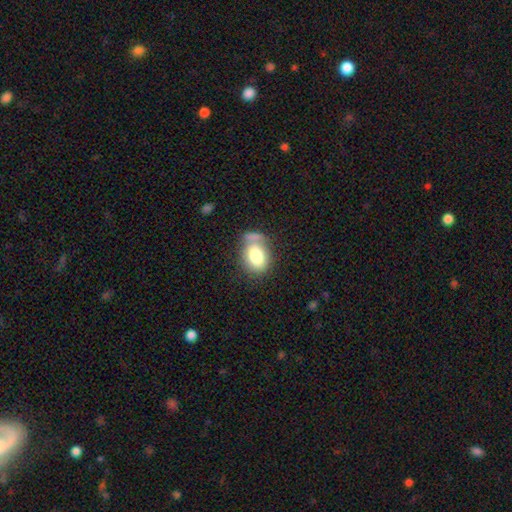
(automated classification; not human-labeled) The model was most divided on "merging": none: 46%, merger: 23%, minor disturbance: 20%, major disturbance: 10%. More confident: smooth or featured — smooth (79%); how rounded — in between (72%).